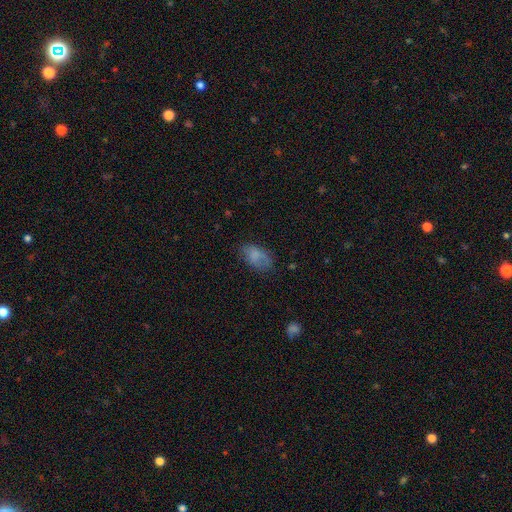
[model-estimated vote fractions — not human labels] A smooth galaxy with no disk features (74%) that is in between round and cigar-shaped (91%). Merging: none (57%).